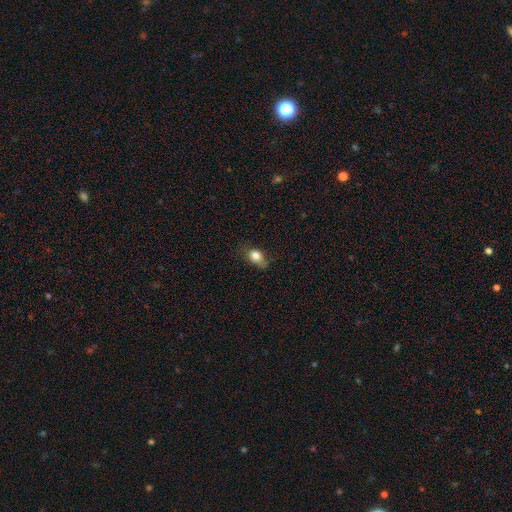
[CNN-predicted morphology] The model was most divided on "merging": none: 53%, minor disturbance: 33%, major disturbance: 13%, merger: 2%. More confident: smooth or featured — smooth (80%); how rounded — in between (62%).